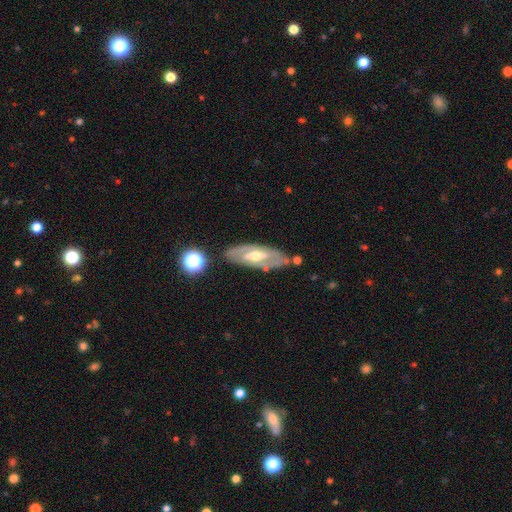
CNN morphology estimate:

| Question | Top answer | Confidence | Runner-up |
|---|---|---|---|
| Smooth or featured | featured or disk | 75% | smooth (19%) |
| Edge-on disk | no | 83% | yes (17%) |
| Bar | weak | 39% | no (36%) |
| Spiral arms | yes | 59% | no (41%) |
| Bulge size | moderate | 68% | small (25%) |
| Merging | none | 78% | minor disturbance (15%) |